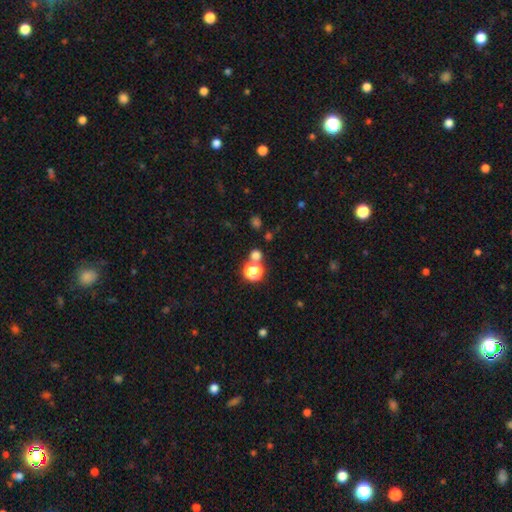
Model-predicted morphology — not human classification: Overall: smooth (68%). How rounded: round (87%). Merging: none (69%).